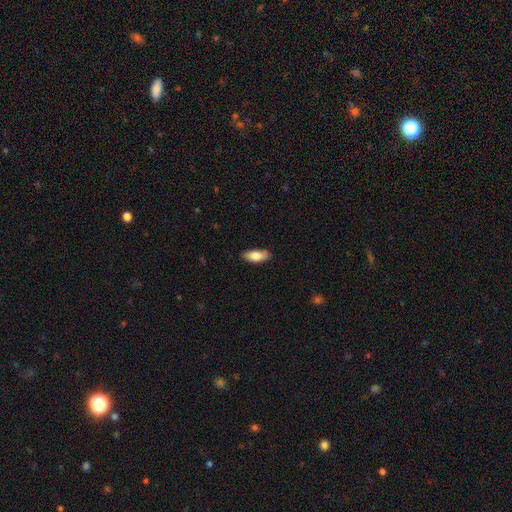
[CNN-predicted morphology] Smooth or featured? smooth (81%)
How rounded? in between (79%)
Merging? none (83%)